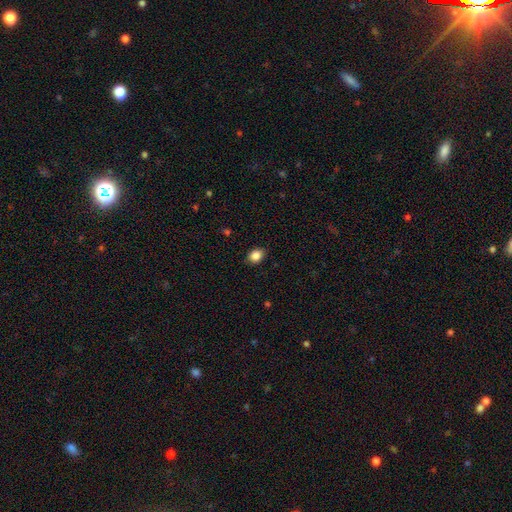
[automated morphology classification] type=smooth (87%); roundness=in between (56%); merging=none (87%).